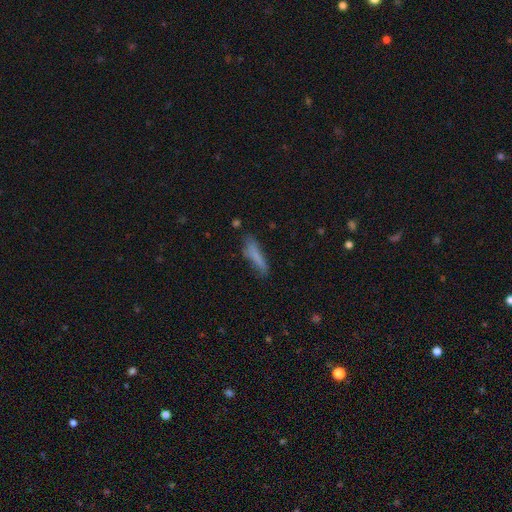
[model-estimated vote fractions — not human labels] Smooth or featured? Predicted: smooth (p=0.74). How rounded? Predicted: cigar-shaped (p=0.81). Merging? Predicted: none (p=0.62).